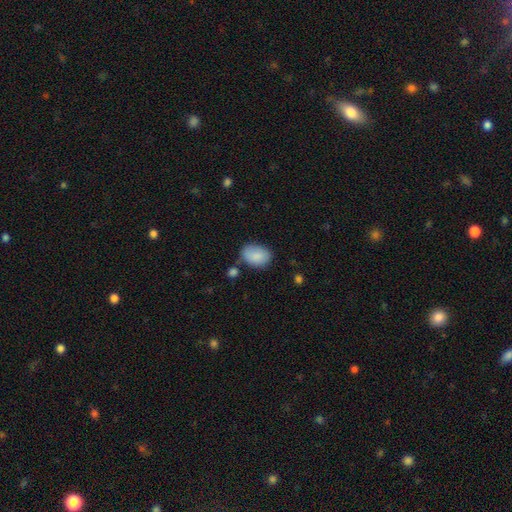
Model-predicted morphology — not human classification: Smooth or featured? Predicted: smooth (p=0.87). How rounded? Predicted: in between (p=0.78). Merging? Predicted: none (p=0.64).